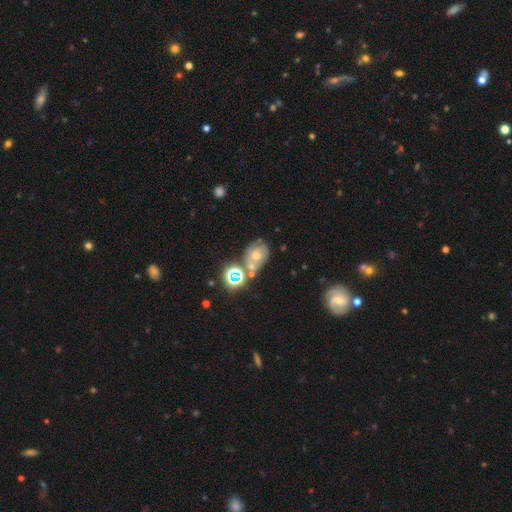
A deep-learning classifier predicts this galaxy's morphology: A featured or disk galaxy (44%).

Vote fractions:
- Smooth or featured? featured or disk: 44% / smooth: 30% / star or artifact: 26%
- Merging? none: 58% / merger: 18% / minor disturbance: 16% / major disturbance: 8%